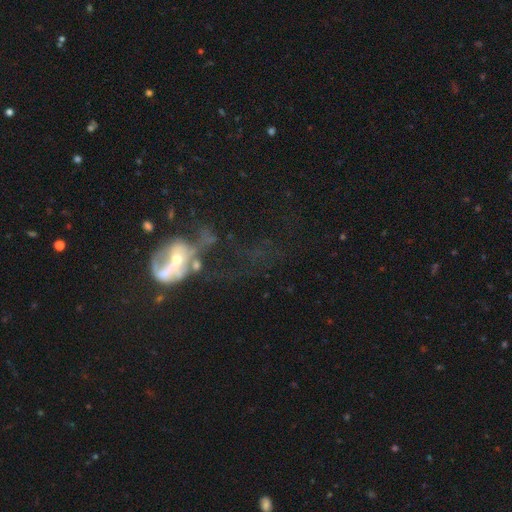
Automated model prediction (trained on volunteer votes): Smooth or featured? Predicted: featured or disk (p=0.48). Merging? Predicted: major disturbance (p=0.38).